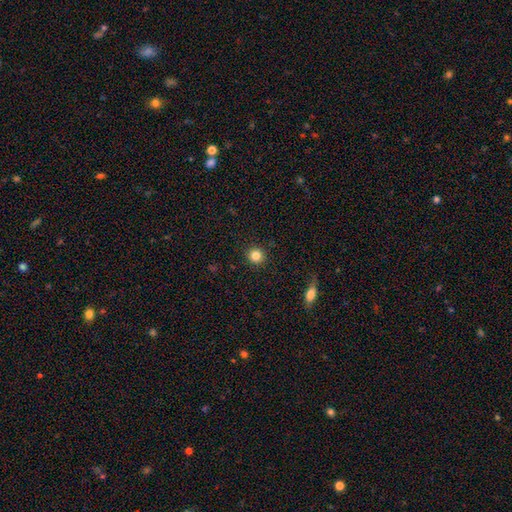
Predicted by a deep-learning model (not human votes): This appears to be a smooth galaxy with no disk features (84%) that is round (94%). Merging: none (92%).